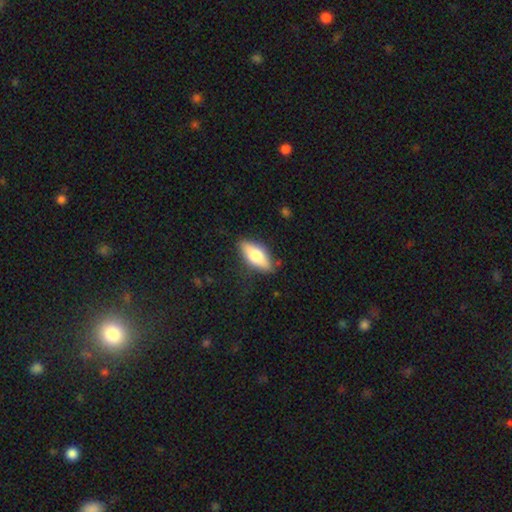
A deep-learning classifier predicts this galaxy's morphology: smooth-or-featured: smooth: 69% | featured or disk: 25% | star or artifact: 6%
  how-rounded: in between: 75% | cigar-shaped: 22% | round: 3%
  merging: none: 81% | minor disturbance: 15% | major disturbance: 3% | merger: 1%